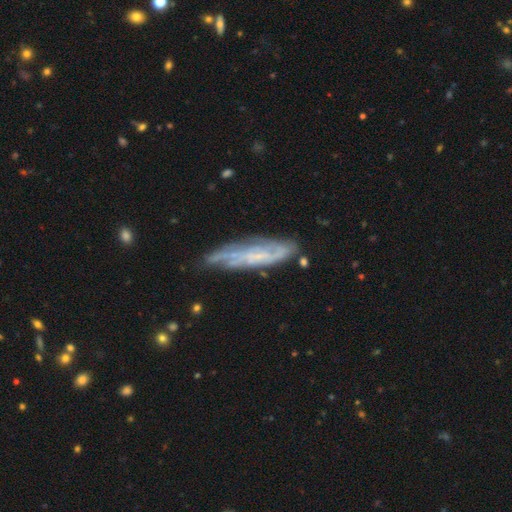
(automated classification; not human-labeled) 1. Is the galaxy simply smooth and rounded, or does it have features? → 67% featured or disk, 25% smooth, 8% star or artifact.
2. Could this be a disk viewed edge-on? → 66% no, 34% yes.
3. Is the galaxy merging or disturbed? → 63% none, 25% minor disturbance, 9% major disturbance, 3% merger.